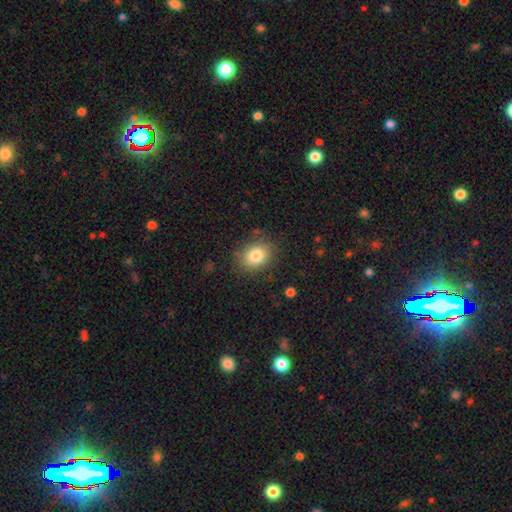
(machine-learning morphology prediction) smooth_or_featured: smooth (p=0.81) [alt: star or artifact p=0.10]
how_rounded: in between (p=0.56) [alt: round p=0.44]
merging: none (p=0.83) [alt: minor disturbance p=0.12]